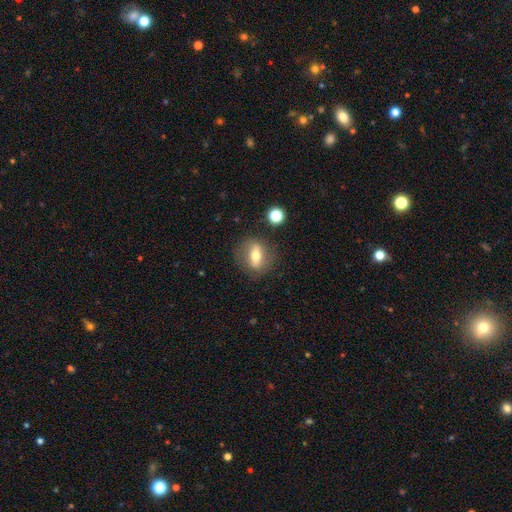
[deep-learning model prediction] Morphology: type=smooth (48%); merging=none (80%).